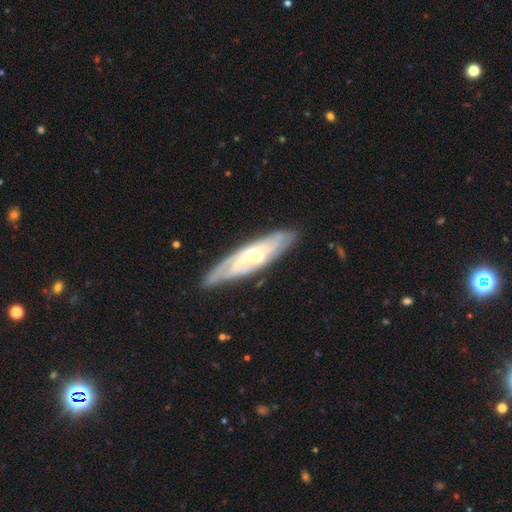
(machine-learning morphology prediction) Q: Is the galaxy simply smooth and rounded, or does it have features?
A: featured or disk — 76%.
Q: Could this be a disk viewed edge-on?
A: no — 65%.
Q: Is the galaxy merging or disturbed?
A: none — 78%.